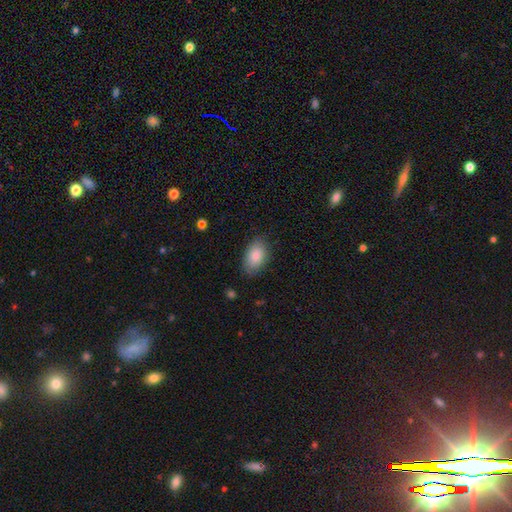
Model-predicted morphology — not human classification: A smooth galaxy with no disk features (86%) that is in between round and cigar-shaped (93%). Merging: none (83%).